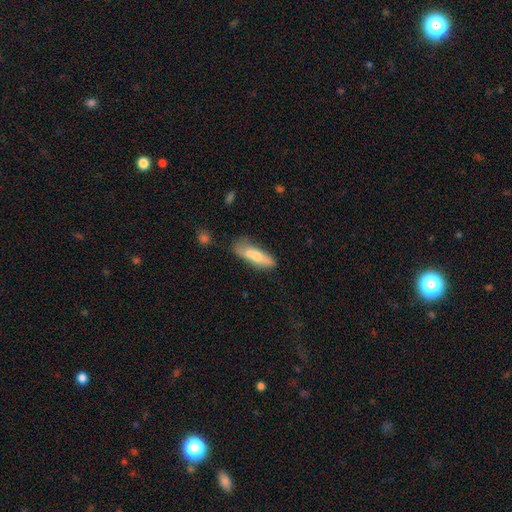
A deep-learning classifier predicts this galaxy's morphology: A smooth galaxy with no disk features (65%) that is cigar-shaped (56%). Merging: none (53%).